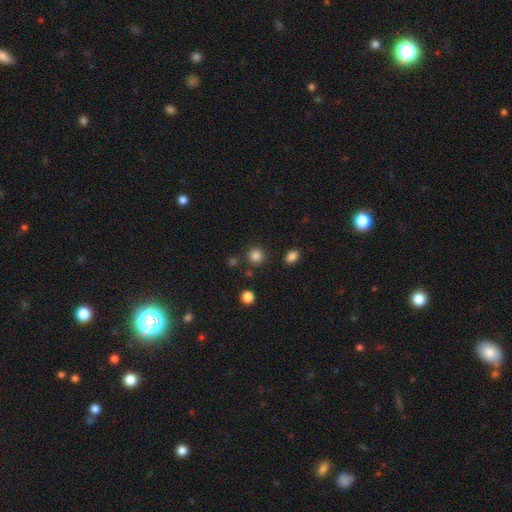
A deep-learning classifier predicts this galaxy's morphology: smooth-or-featured: smooth: 84% | star or artifact: 12% | featured or disk: 3%
  how-rounded: round: 92% | in between: 7% | cigar-shaped: 1%
  merging: none: 87% | minor disturbance: 7% | merger: 4% | major disturbance: 3%